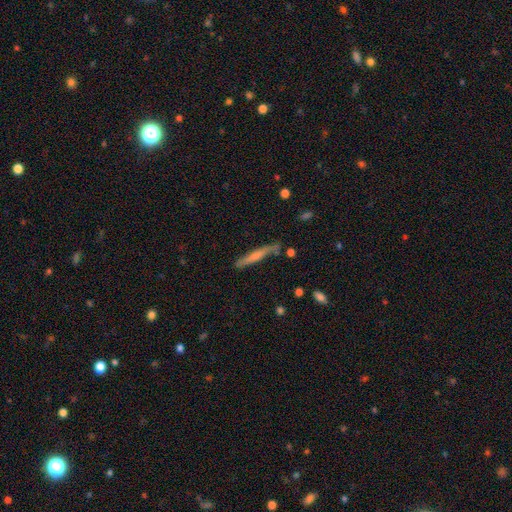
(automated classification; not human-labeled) A smooth galaxy with no disk features (50%).

Vote fractions:
- Smooth or featured? smooth: 50% / featured or disk: 44% / star or artifact: 6%
- Merging? none: 75% / minor disturbance: 17% / merger: 4% / major disturbance: 4%